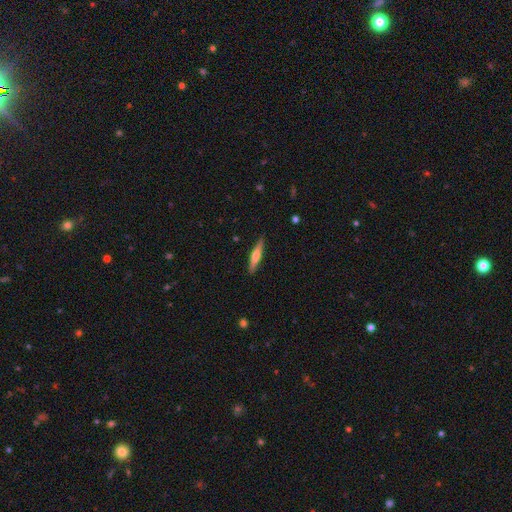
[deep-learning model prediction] Q: Smooth or featured?
A: featured or disk (50%); runner-up: smooth (45%)
Q: Merging?
A: none (89%); runner-up: minor disturbance (8%)